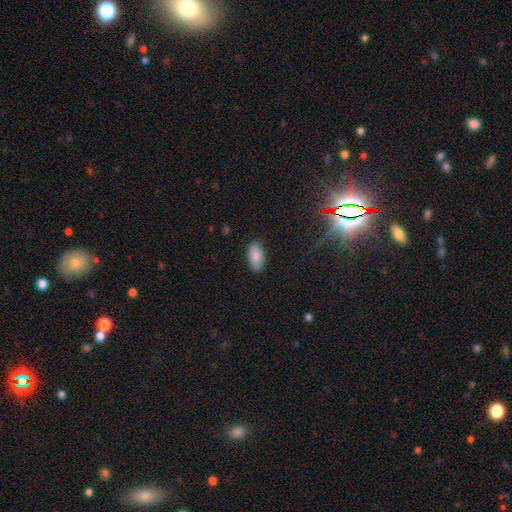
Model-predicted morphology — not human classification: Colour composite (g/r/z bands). It shows a smooth galaxy with no disk features (87%) that is in between round and cigar-shaped (94%). Merging: none (86%).